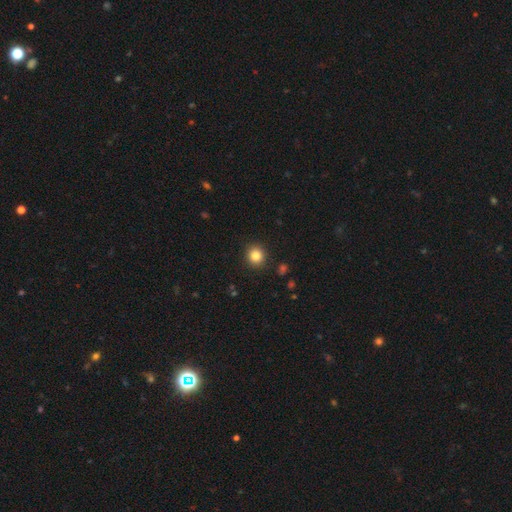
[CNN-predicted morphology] Smooth or featured? smooth (83%)
How rounded? round (90%)
Merging? none (91%)